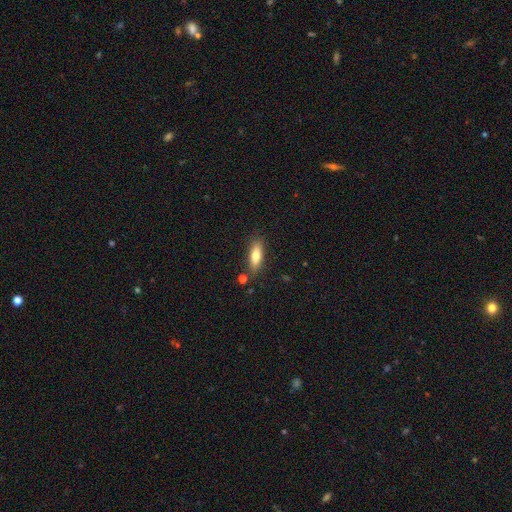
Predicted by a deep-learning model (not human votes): Smooth or featured: smooth — 77% (featured or disk — 17%)
How rounded: in between — 60% (cigar-shaped — 38%)
Merging: none — 80% (minor disturbance — 13%)